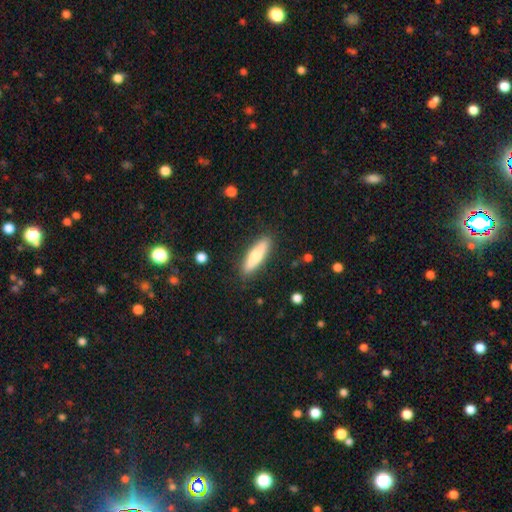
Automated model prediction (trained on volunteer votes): Smooth or featured? Predicted: smooth (p=0.67). How rounded? Predicted: cigar-shaped (p=0.68). Merging? Predicted: none (p=0.88).